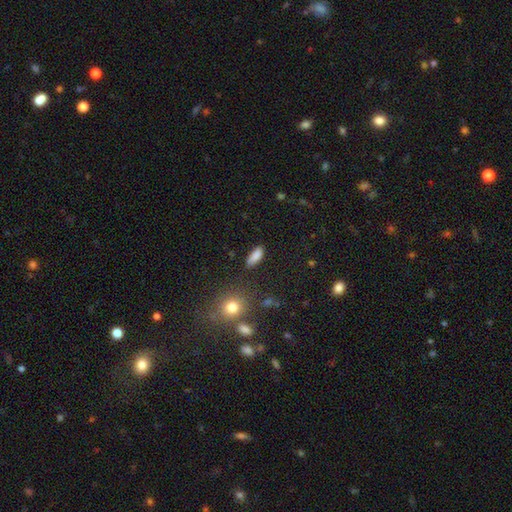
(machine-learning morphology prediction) The model was most divided on "how rounded": in between: 67%, cigar-shaped: 30%, round: 3%. More confident: smooth or featured — smooth (85%); merging — none (84%).